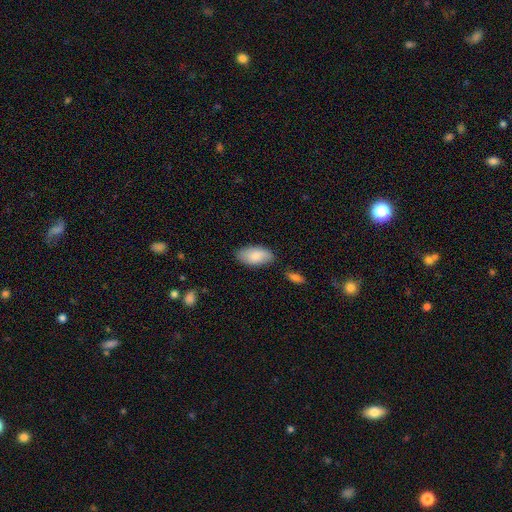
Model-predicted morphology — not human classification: This is clearly a smooth galaxy (82%). How rounded: clearly in between (95%). Merging: likely none (79%).